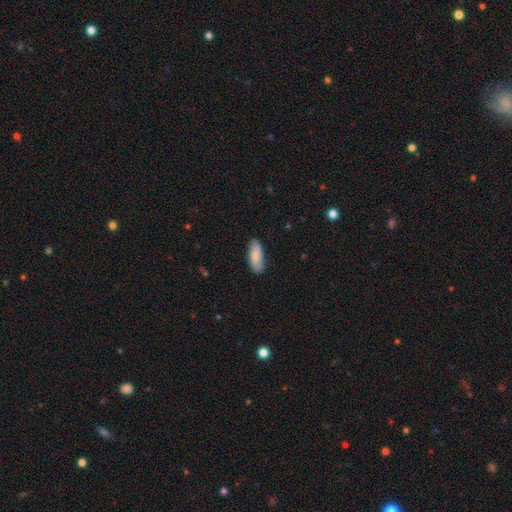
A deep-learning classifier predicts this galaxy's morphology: Smooth or featured: smooth — 81% (featured or disk — 13%)
How rounded: in between — 70% (cigar-shaped — 28%)
Merging: none — 82% (minor disturbance — 15%)